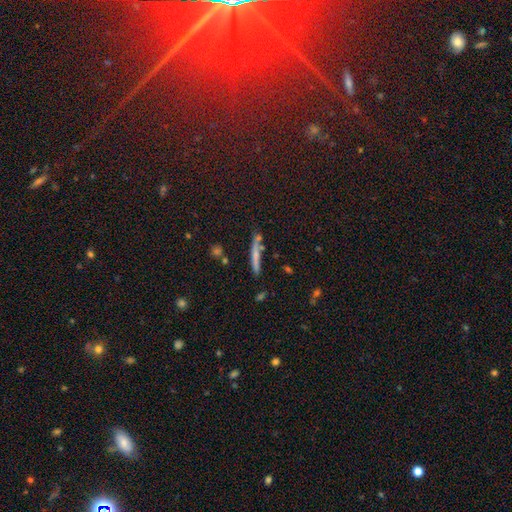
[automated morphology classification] A smooth galaxy with no disk features (51%) that is cigar-shaped (92%). Merging: none (74%).